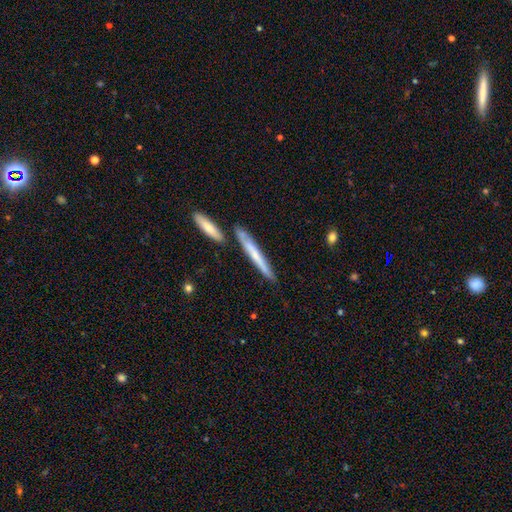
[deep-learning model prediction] Smooth or featured? smooth (52%)
How rounded? cigar-shaped (95%)
Merging? none (72%)